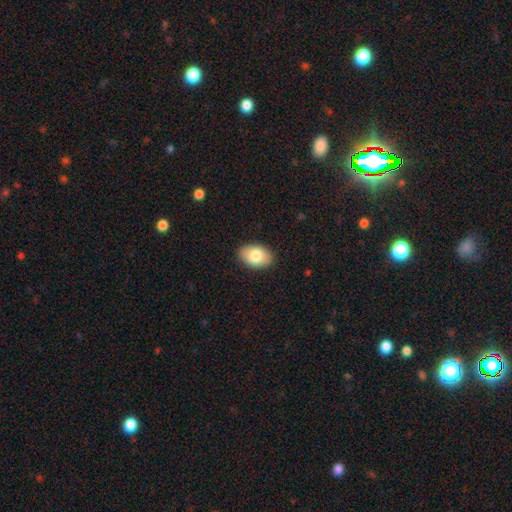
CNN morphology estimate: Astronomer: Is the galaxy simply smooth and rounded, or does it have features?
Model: smooth — 81%.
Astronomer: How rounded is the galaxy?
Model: in between — 90%.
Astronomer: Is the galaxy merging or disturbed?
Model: none — 89%.